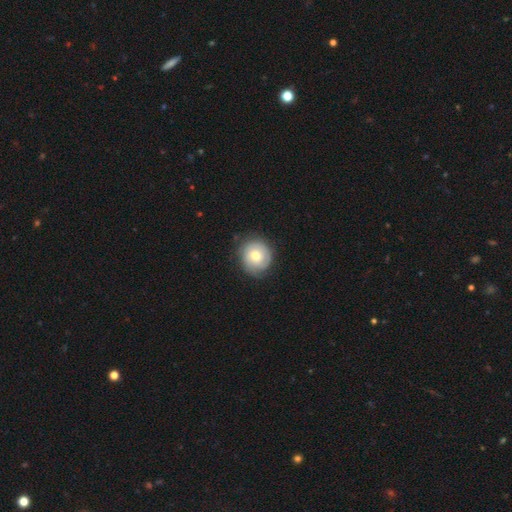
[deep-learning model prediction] Q: Smooth or featured?
A: smooth (51%); runner-up: featured or disk (42%)
Q: How rounded?
A: round (85%); runner-up: in between (15%)
Q: Merging?
A: none (76%); runner-up: minor disturbance (18%)